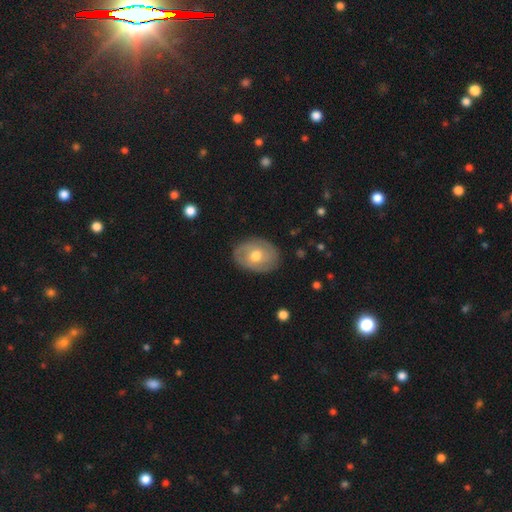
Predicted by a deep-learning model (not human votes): Smooth or featured? Predicted: featured or disk (p=0.49). Merging? Predicted: none (p=0.82).